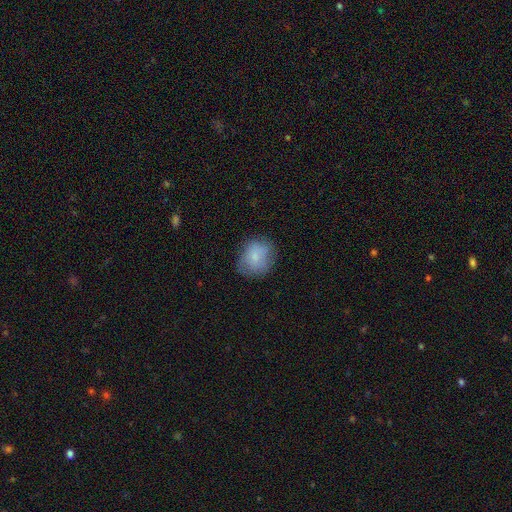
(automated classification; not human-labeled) Q: Smooth or featured?
A: smooth (77%); runner-up: featured or disk (15%)
Q: How rounded?
A: round (62%); runner-up: in between (37%)
Q: Merging?
A: none (70%); runner-up: minor disturbance (22%)